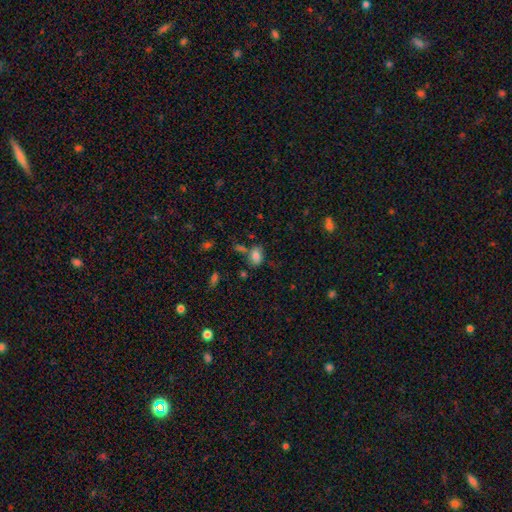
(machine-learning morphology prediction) A smooth galaxy with no disk features (79%) that is in between round and cigar-shaped (79%).

Vote fractions:
- Smooth or featured? smooth: 79% / star or artifact: 11% / featured or disk: 10%
- How rounded? in between: 79% / round: 19% / cigar-shaped: 2%
- Merging? none: 59% / minor disturbance: 21% / merger: 13% / major disturbance: 7%